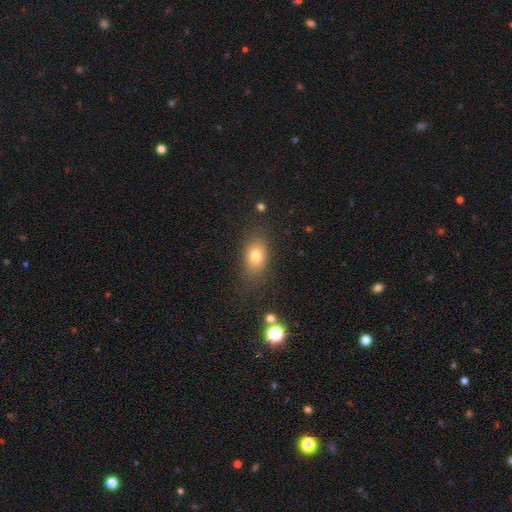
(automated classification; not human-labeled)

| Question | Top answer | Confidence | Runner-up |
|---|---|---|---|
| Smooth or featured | smooth | 77% | star or artifact (12%) |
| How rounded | in between | 75% | round (22%) |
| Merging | none | 77% | minor disturbance (15%) |